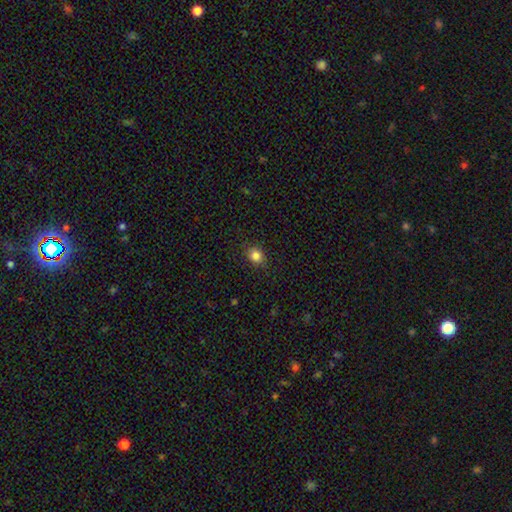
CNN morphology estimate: Smooth or featured? smooth (84%)
How rounded? round (67%)
Merging? none (86%)